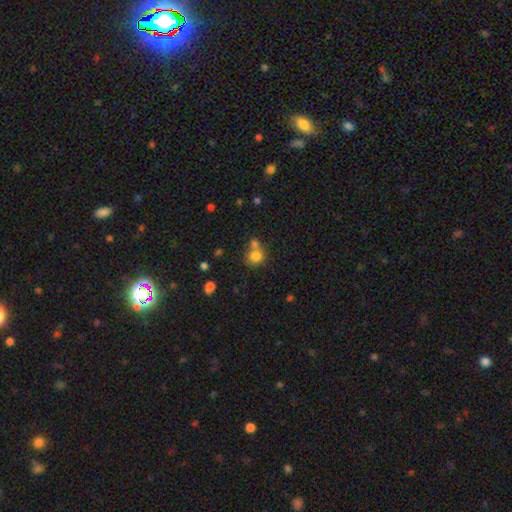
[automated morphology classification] smooth 79%, star or artifact 11%, featured or disk 10%. Down the decision tree: how rounded — round (80%); merging — none (45%).